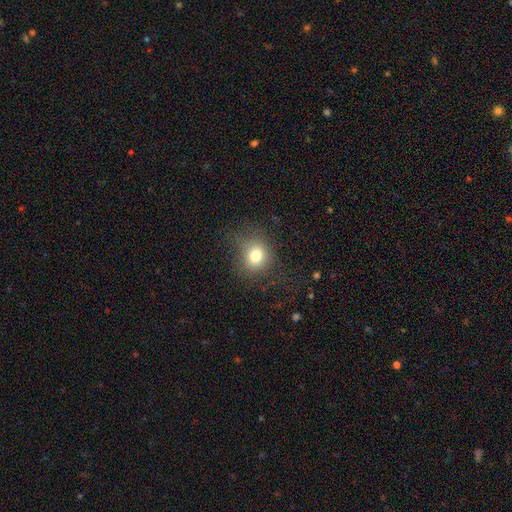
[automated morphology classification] A smooth galaxy with no disk features (76%) that is round (77%).

Vote fractions:
- Smooth or featured? smooth: 76% / star or artifact: 14% / featured or disk: 9%
- How rounded? round: 77% / in between: 22% / cigar-shaped: 1%
- Merging? none: 72% / minor disturbance: 16% / major disturbance: 11% / merger: 1%